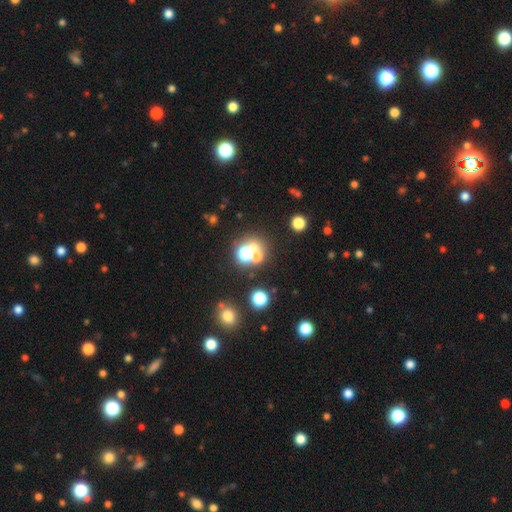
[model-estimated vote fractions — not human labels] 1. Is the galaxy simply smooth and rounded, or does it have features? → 48% smooth, 39% star or artifact, 14% featured or disk.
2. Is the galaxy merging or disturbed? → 58% none, 28% merger, 8% minor disturbance, 5% major disturbance.